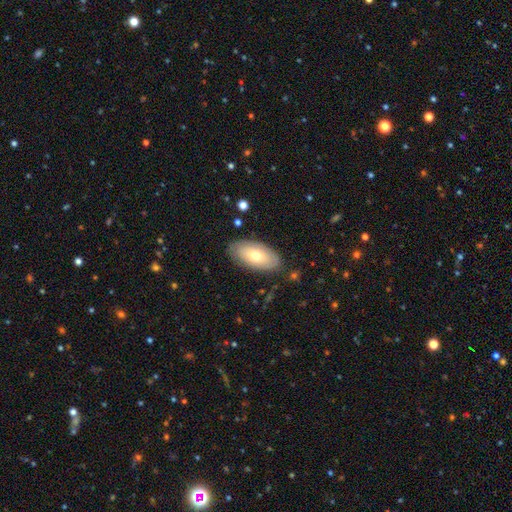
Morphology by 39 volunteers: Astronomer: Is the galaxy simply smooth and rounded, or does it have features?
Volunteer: smooth — 51% (runner-up: featured or disk, 44%).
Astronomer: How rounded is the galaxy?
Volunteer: in between — 90%.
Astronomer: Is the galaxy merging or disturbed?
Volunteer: none — 78%.